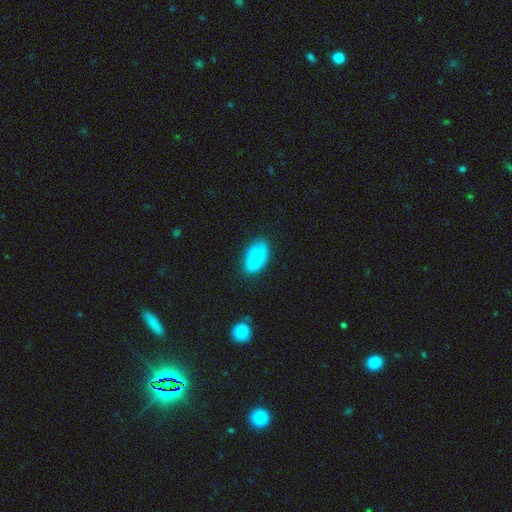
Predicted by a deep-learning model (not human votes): smooth-or-featured: smooth: 66% | featured or disk: 25% | star or artifact: 9%
  how-rounded: in between: 91% | round: 6% | cigar-shaped: 3%
  merging: none: 52% | minor disturbance: 24% | merger: 15% | major disturbance: 9%